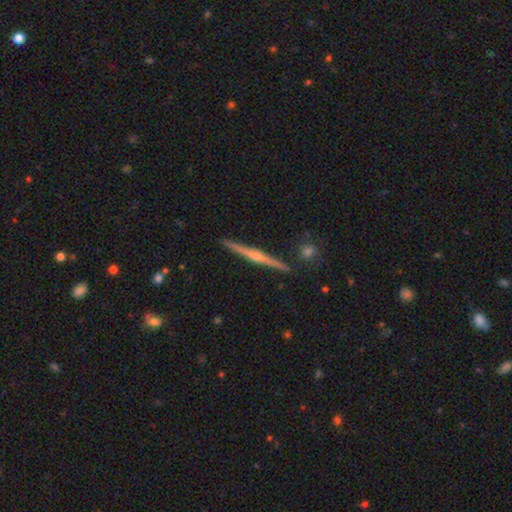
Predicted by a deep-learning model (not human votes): A featured or disk galaxy (79%) viewed edge-on (99%) with a rounded central bulge (80%). Merging: none (92%).